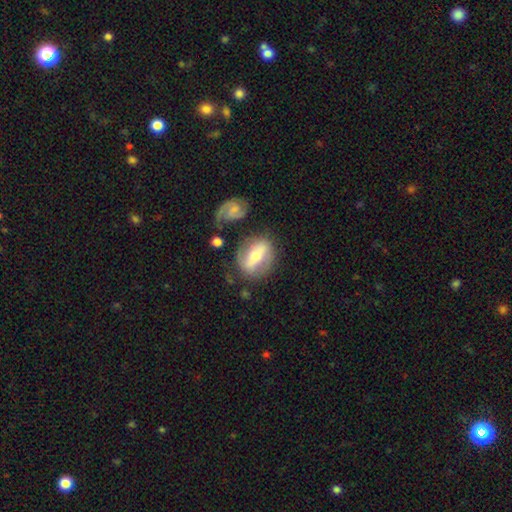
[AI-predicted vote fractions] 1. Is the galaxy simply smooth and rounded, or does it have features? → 61% featured or disk, 33% smooth, 6% star or artifact.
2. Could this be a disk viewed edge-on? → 83% no, 17% yes.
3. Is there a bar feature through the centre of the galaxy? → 62% strong, 23% weak, 15% no.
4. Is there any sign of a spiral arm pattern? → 61% yes, 39% no.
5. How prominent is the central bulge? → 56% moderate, 34% small, 6% large, 2% none, 2% dominant.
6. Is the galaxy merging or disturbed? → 67% none, 18% minor disturbance, 8% major disturbance, 7% merger.